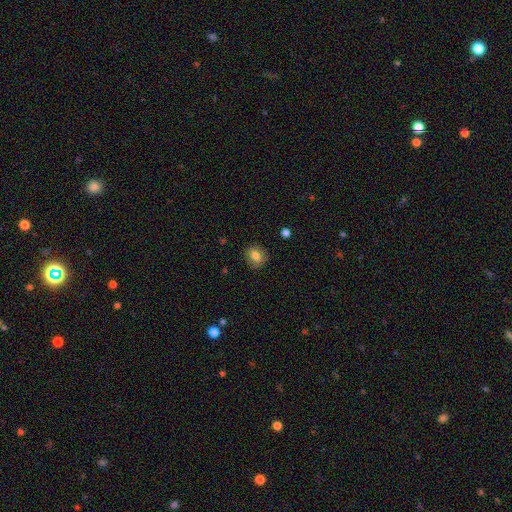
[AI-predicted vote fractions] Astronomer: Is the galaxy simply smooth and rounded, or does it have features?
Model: smooth — 79%.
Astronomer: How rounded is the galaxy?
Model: round — 62% (runner-up: in between, 37%).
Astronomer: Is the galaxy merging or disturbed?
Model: none — 84%.